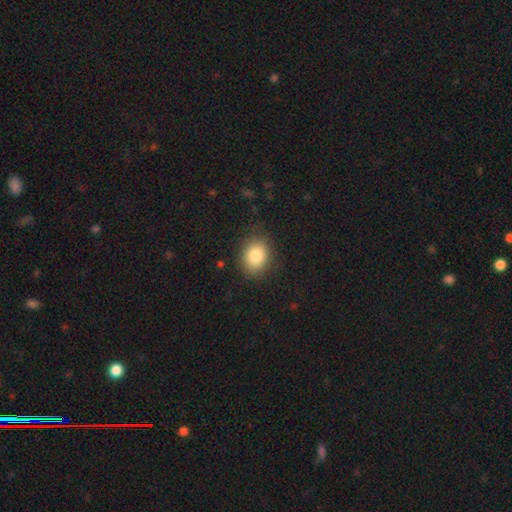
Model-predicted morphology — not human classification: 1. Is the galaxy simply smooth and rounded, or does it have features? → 83% smooth, 9% star or artifact, 8% featured or disk.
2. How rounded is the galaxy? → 51% in between, 48% round, 1% cigar-shaped.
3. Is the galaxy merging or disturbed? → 85% none, 11% minor disturbance, 3% major disturbance, 1% merger.